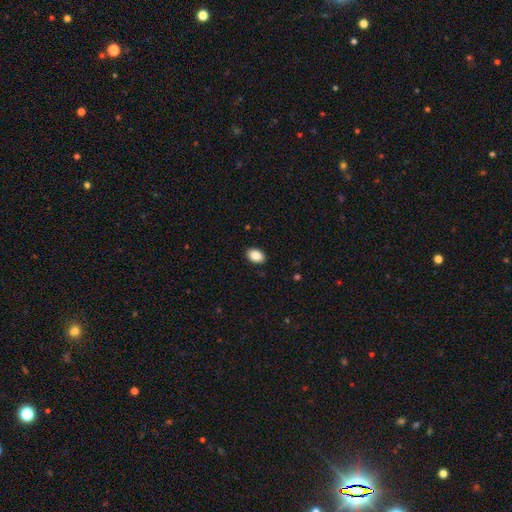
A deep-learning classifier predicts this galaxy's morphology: This is clearly a smooth galaxy (87%). How rounded: clearly in between (84%). Merging: clearly none (90%).